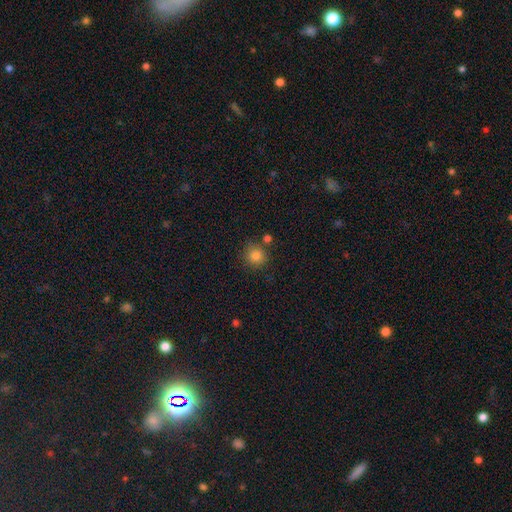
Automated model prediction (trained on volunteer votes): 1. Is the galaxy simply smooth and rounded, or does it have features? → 82% smooth, 12% star or artifact, 6% featured or disk.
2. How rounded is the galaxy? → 91% round, 8% in between, 1% cigar-shaped.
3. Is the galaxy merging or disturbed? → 77% none, 10% minor disturbance, 10% merger, 3% major disturbance.